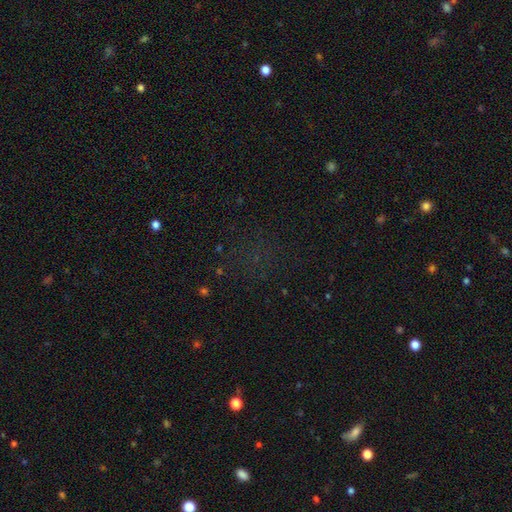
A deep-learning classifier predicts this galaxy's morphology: star or artifact 61%, smooth 28%, featured or disk 11%.